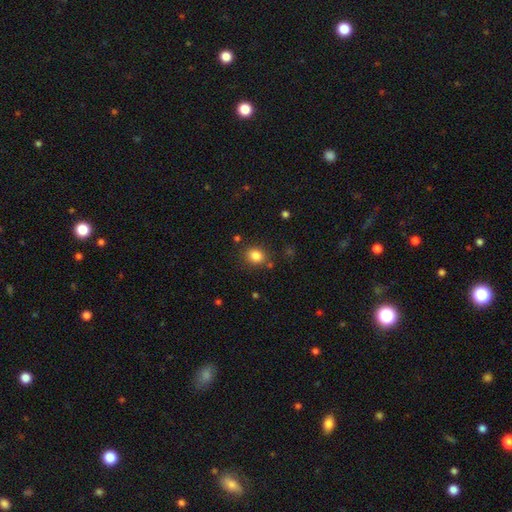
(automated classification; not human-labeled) This is clearly a smooth galaxy (84%). How rounded: likely round (60%). Merging: clearly none (83%).